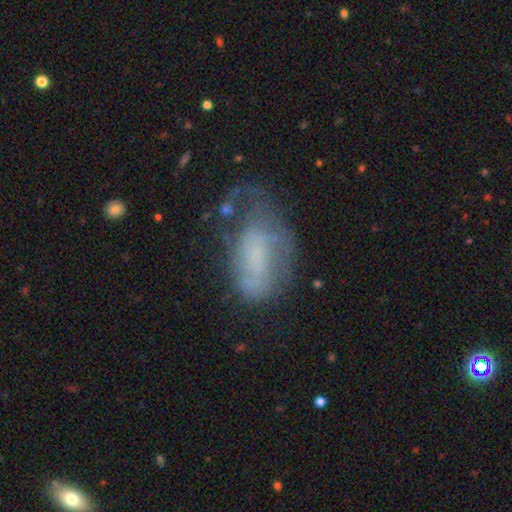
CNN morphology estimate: Smooth or featured? featured or disk (51%)
Edge-on disk? no (95%)
Merging? major disturbance (35%)